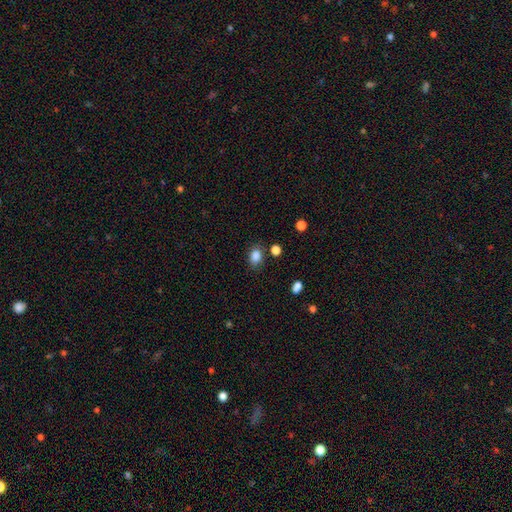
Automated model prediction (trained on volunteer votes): Q: Smooth or featured?
A: smooth (84%); runner-up: star or artifact (11%)
Q: How rounded?
A: in between (67%); runner-up: round (32%)
Q: Merging?
A: none (77%); runner-up: minor disturbance (14%)